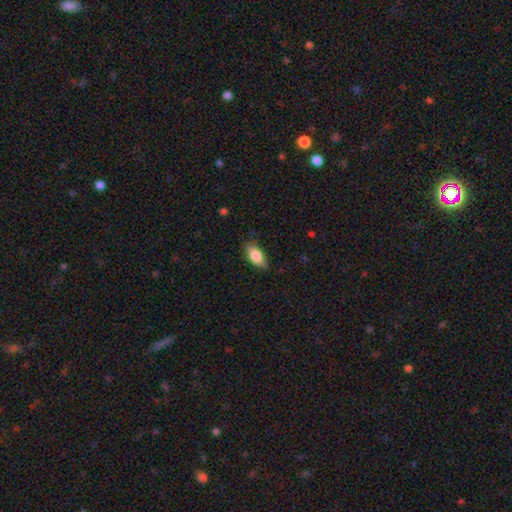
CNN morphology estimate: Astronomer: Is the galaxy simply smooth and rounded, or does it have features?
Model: smooth — 83%.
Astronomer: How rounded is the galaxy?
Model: in between — 88%.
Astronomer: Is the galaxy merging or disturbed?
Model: none — 81%.